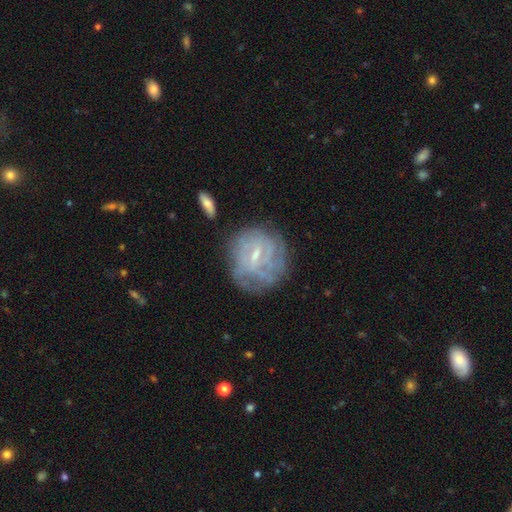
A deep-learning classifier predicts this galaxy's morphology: smooth-or-featured: featured or disk: 70% | smooth: 21% | star or artifact: 9%
  disk-edge-on: no: 97% | yes: 3%
    bar: weak: 57% | no: 23% | strong: 20%
    has-spiral-arms: yes: 67% | no: 33%
    bulge-size: small: 59% | moderate: 25% | none: 14% | large: 2% | dominant: 1%
  merging: none: 62% | minor disturbance: 20% | major disturbance: 14% | merger: 4%